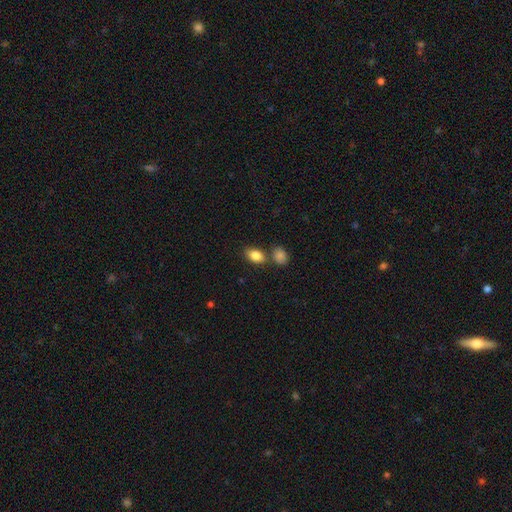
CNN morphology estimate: This appears to be a smooth galaxy with no disk features (85%) that is in between round and cigar-shaped (87%). Merging: none (66%).